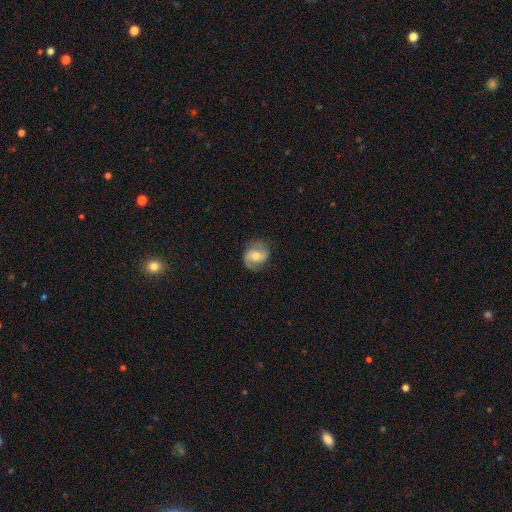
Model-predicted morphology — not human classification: Overall: featured or disk (70%). Edge-on disk: no (97%). Bar: no (45%; weak 40%). Spiral arms: yes (91%). Spiral arm count: 2 (83%). Spiral winding: medium (46%; loose 29%). Bulge size: moderate (61%; small 32%). Merging: none (75%).